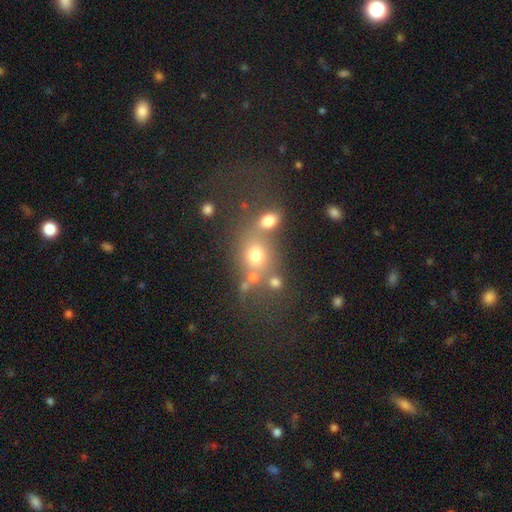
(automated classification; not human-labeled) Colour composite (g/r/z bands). It shows a smooth galaxy with no disk features (67%) that is round (62%). Merging: none (46%).